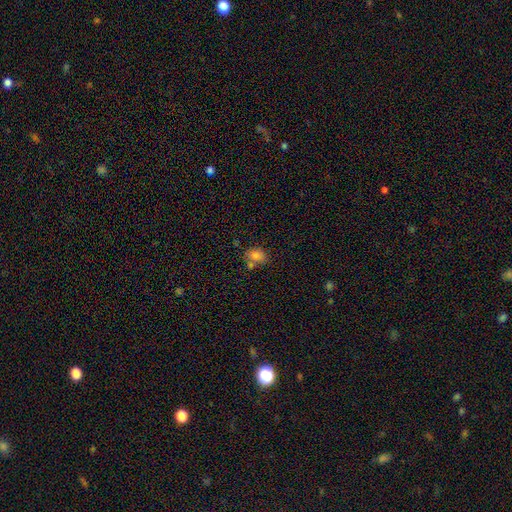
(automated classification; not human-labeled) Smooth or featured: smooth — 78% (star or artifact — 12%)
How rounded: in between — 68% (round — 31%)
Merging: none — 58% (merger — 21%)